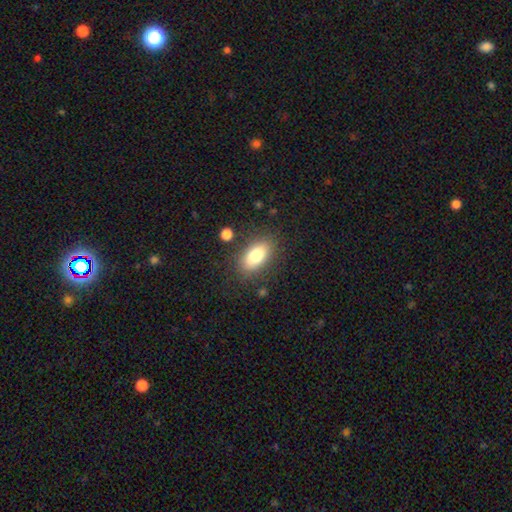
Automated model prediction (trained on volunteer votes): This is clearly a smooth galaxy (81%). How rounded: clearly in between (89%). Merging: clearly none (82%).